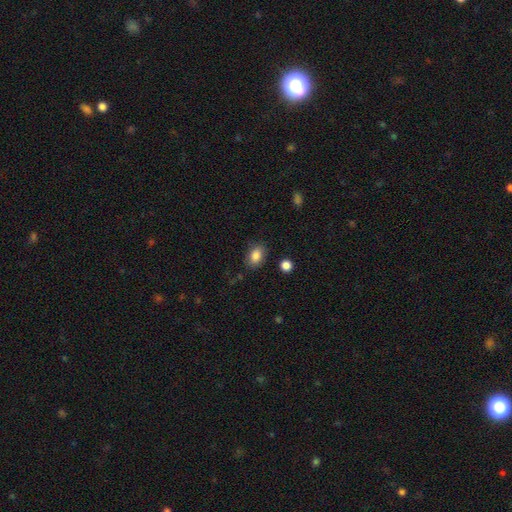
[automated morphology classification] Smooth or featured?
  - smooth: 86% *
  - star or artifact: 8%
  - featured or disk: 6%
How rounded?
  - in between: 79% *
  - round: 20%
  - cigar-shaped: 1%
Merging?
  - none: 82% *
  - minor disturbance: 12%
  - major disturbance: 3%
  - merger: 2%